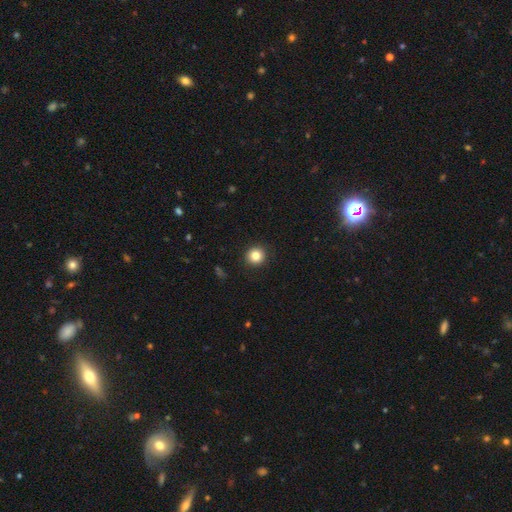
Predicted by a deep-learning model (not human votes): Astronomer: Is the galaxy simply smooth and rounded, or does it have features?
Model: smooth — 84%.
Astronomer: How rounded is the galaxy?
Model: round — 94%.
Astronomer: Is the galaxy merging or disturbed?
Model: none — 92%.